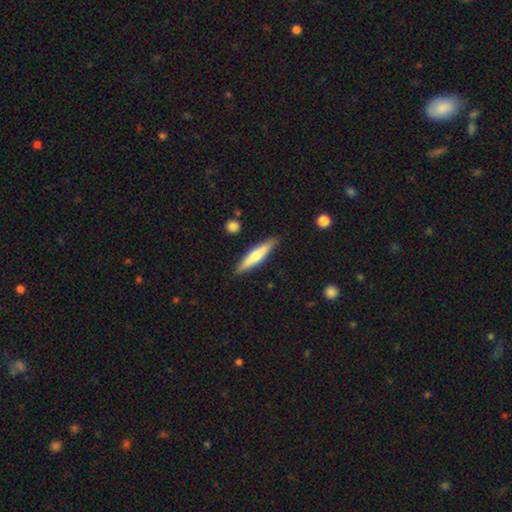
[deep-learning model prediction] smooth_or_featured: smooth (p=0.59) [alt: featured or disk p=0.36]
how_rounded: cigar-shaped (p=0.84) [alt: in between p=0.14]
merging: none (p=0.88) [alt: minor disturbance p=0.09]